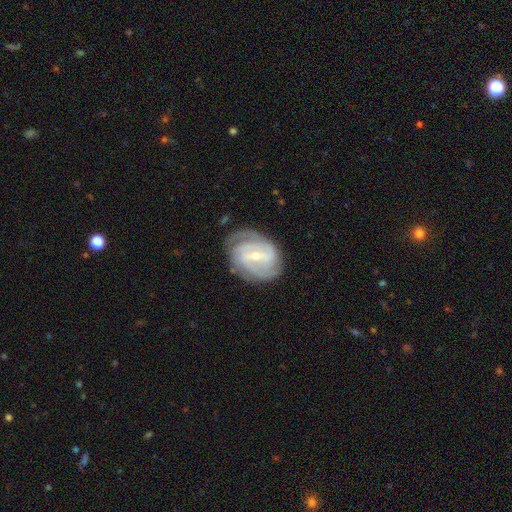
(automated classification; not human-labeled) This appears to be a featured or disk galaxy (86%) with a weak bar (45%), 2 (37%) tight (61%) spiral arms (96%) and a small central bulge (63%). Merging: none (74%).